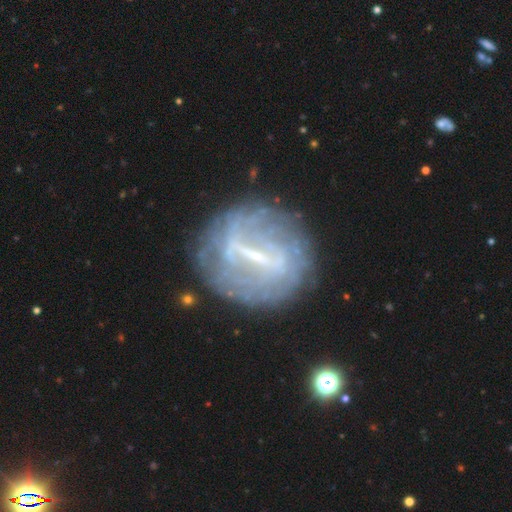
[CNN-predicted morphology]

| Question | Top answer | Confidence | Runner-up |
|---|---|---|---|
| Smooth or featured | featured or disk | 78% | smooth (14%) |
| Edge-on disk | no | 93% | yes (7%) |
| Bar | strong | 67% | weak (25%) |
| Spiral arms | yes | 54% | no (46%) |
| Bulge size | small | 51% | none (25%) |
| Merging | none | 75% | minor disturbance (14%) |